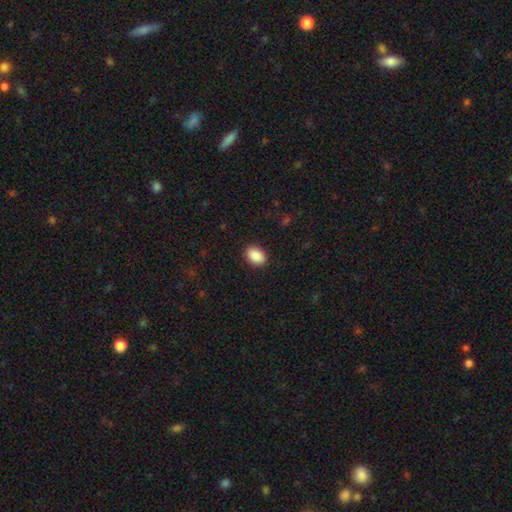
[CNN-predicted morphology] Smooth or featured? smooth (90%)
How rounded? in between (80%)
Merging? none (89%)